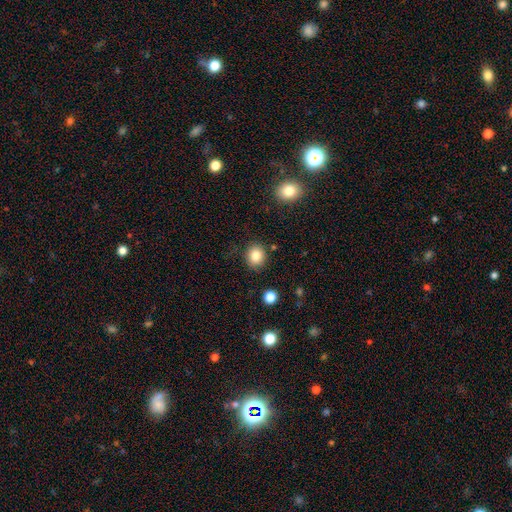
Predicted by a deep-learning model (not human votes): smooth_or_featured: smooth (p=0.83) [alt: star or artifact p=0.11]
how_rounded: round (p=0.75) [alt: in between p=0.25]
merging: none (p=0.85) [alt: minor disturbance p=0.10]